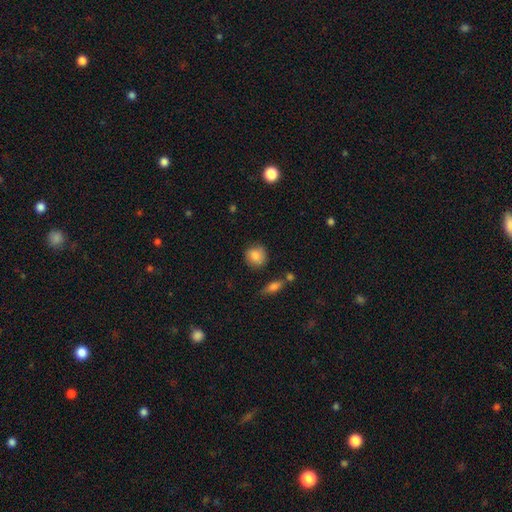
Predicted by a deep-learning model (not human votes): Smooth or featured?
  - smooth: 83% *
  - featured or disk: 9%
  - star or artifact: 8%
How rounded?
  - round: 83% *
  - in between: 16%
  - cigar-shaped: 1%
Merging?
  - none: 77% *
  - minor disturbance: 16%
  - major disturbance: 4%
  - merger: 3%